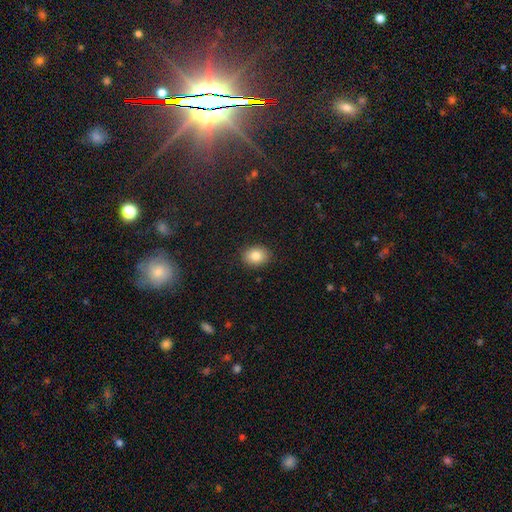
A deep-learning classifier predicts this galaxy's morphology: A smooth galaxy with no disk features (83%) that is in between round and cigar-shaped (58%).

Vote fractions:
- Smooth or featured? smooth: 83% / star or artifact: 9% / featured or disk: 8%
- How rounded? in between: 58% / round: 41% / cigar-shaped: 1%
- Merging? none: 89% / minor disturbance: 8% / major disturbance: 2% / merger: 1%